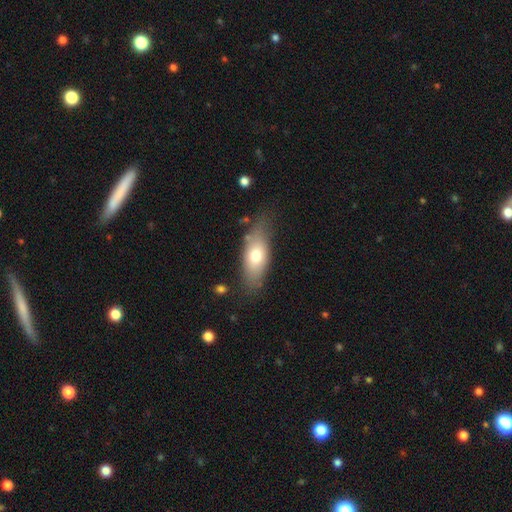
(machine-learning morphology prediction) This is likely a smooth galaxy (71%). How rounded: clearly in between (80%). Merging: likely none (71%).